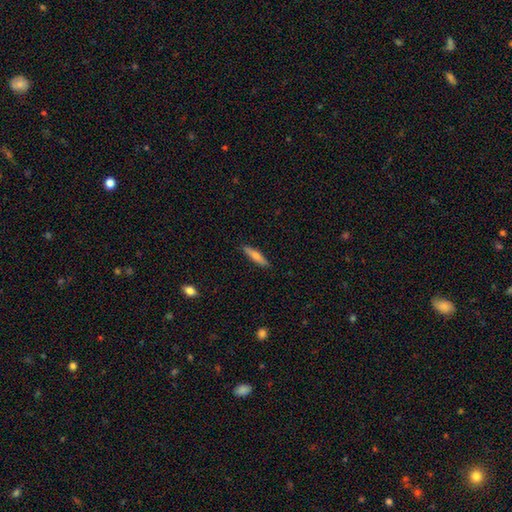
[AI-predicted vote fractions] A smooth galaxy with no disk features (53%) that is cigar-shaped (85%).

Vote fractions:
- Smooth or featured? smooth: 53% / featured or disk: 40% / star or artifact: 7%
- How rounded? cigar-shaped: 85% / in between: 13% / round: 2%
- Merging? none: 90% / minor disturbance: 8% / major disturbance: 2% / merger: 1%